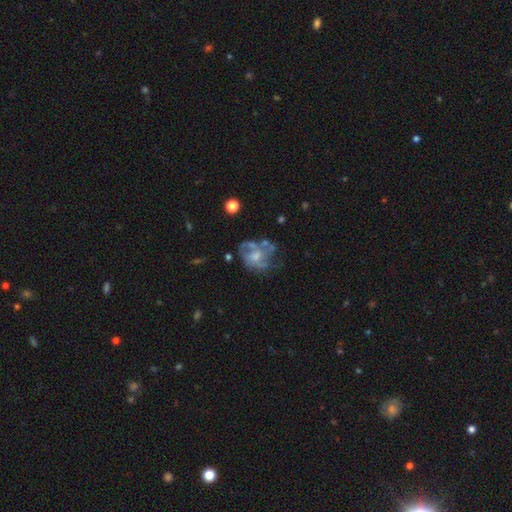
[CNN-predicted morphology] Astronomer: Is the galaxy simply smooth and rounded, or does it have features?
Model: featured or disk — 66%.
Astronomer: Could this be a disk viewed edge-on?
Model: no — 98%.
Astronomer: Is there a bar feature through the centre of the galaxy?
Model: no — 72%.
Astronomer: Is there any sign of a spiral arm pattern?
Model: no — 53% (runner-up: yes, 47%).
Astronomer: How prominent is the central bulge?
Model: moderate — 41% (runner-up: small, 27%).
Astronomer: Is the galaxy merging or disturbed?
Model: none — 39% (runner-up: major disturbance, 31%).